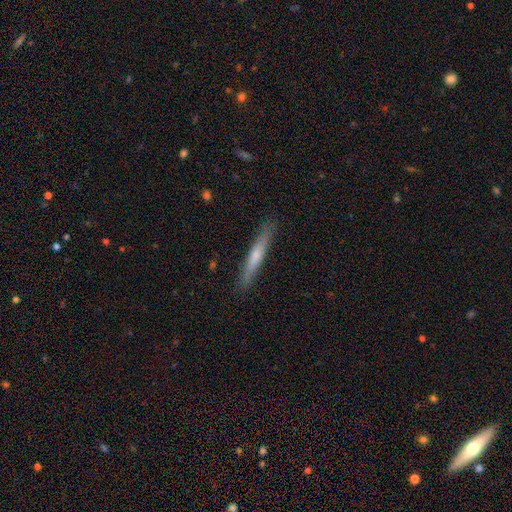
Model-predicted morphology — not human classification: Q: Smooth or featured?
A: smooth (54%); runner-up: featured or disk (40%)
Q: How rounded?
A: cigar-shaped (95%); runner-up: in between (4%)
Q: Merging?
A: none (89%); runner-up: minor disturbance (8%)